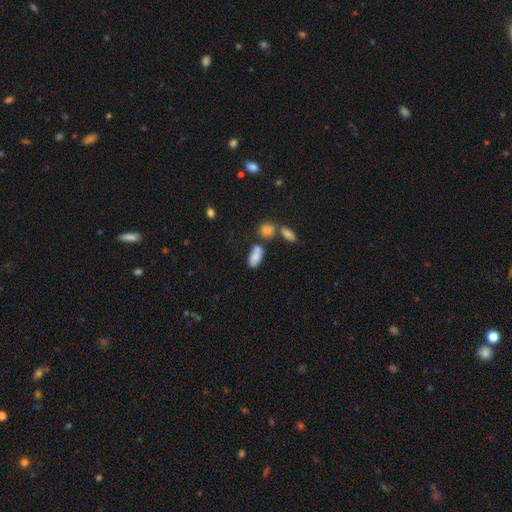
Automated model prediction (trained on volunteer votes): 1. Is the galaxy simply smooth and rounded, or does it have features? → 80% smooth, 12% featured or disk, 8% star or artifact.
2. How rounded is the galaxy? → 89% in between, 7% cigar-shaped, 4% round.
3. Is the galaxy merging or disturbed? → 48% none, 25% merger, 20% minor disturbance, 8% major disturbance.